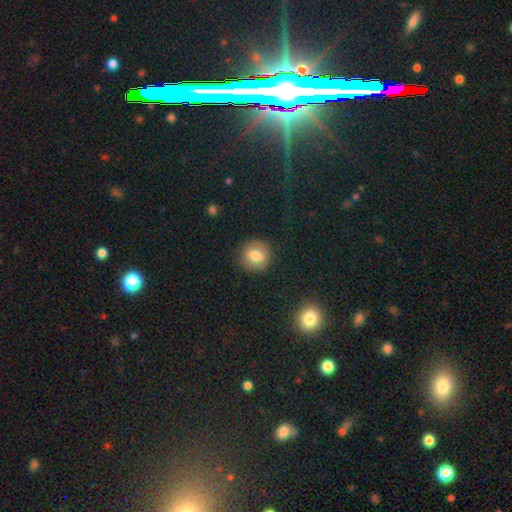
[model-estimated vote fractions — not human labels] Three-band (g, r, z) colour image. It shows a smooth galaxy with no disk features (77%) that is round (88%). Merging: none (88%).